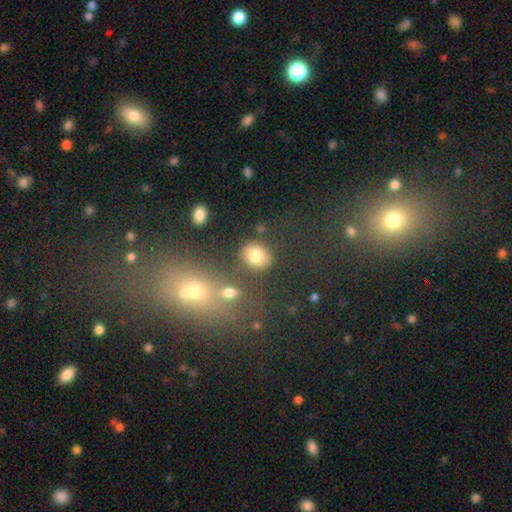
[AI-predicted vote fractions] smooth_or_featured: smooth (p=0.80) [alt: star or artifact p=0.12]
how_rounded: round (p=0.56) [alt: in between p=0.43]
merging: none (p=0.74) [alt: minor disturbance p=0.13]